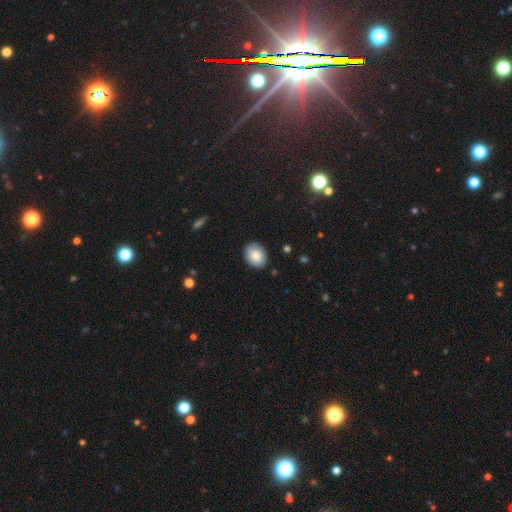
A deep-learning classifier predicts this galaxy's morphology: This is clearly a smooth galaxy (83%). How rounded: likely in between (63%). Merging: clearly none (84%).